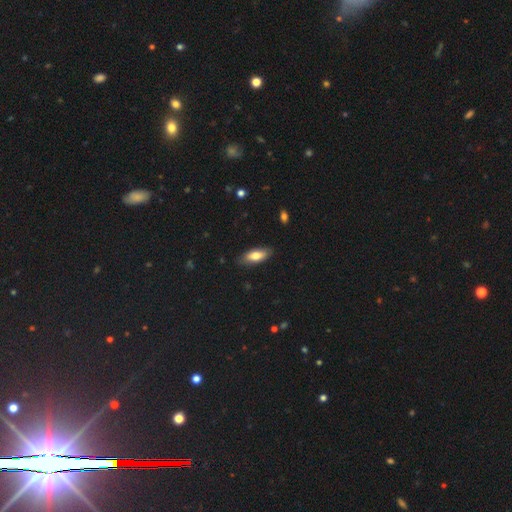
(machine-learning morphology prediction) A smooth galaxy with no disk features (75%) that is in between round and cigar-shaped (73%). Merging: none (84%).